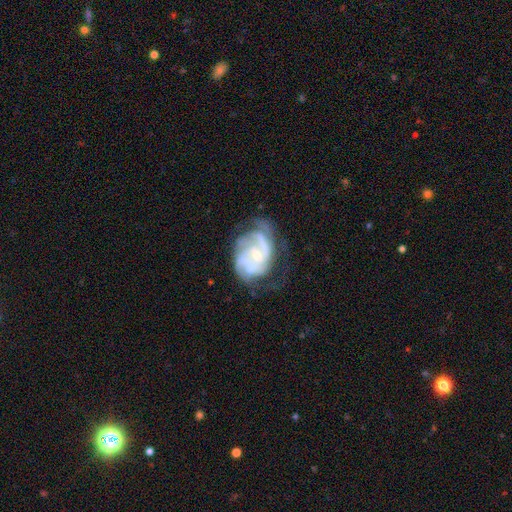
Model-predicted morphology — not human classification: Q: Smooth or featured?
A: featured or disk (84%); runner-up: smooth (9%)
Q: Edge-on disk?
A: no (98%); runner-up: yes (2%)
Q: Bar?
A: no (62%); runner-up: weak (31%)
Q: Spiral arms?
A: yes (93%); runner-up: no (7%)
Q: Spiral winding?
A: tight (50%); runner-up: medium (39%)
Q: Spiral arm count?
A: 3 (29%); runner-up: can't tell (27%)
Q: Bulge size?
A: small (69%); runner-up: moderate (25%)
Q: Merging?
A: none (51%); runner-up: minor disturbance (24%)